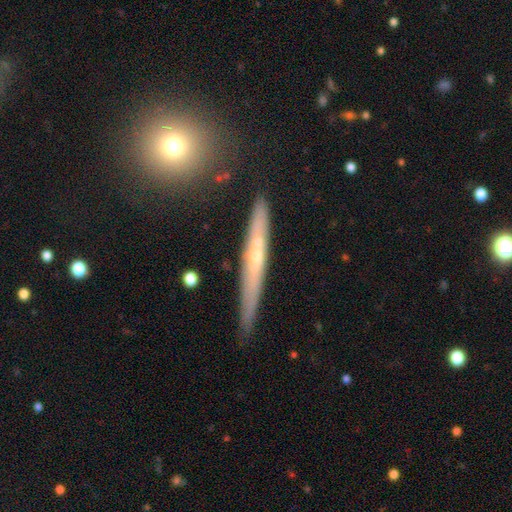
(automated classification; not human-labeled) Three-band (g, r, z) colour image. It shows a featured or disk galaxy (62%) viewed edge-on (88%) with a rounded central bulge (49%). Merging: none (79%).